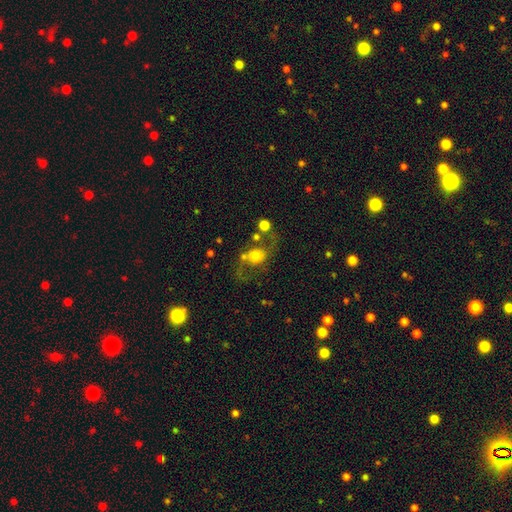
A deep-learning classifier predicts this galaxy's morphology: A featured or disk galaxy (60%) with no bar (74%), spiral arms (80%) and a moderate central bulge (52%). Merging: none (51%).